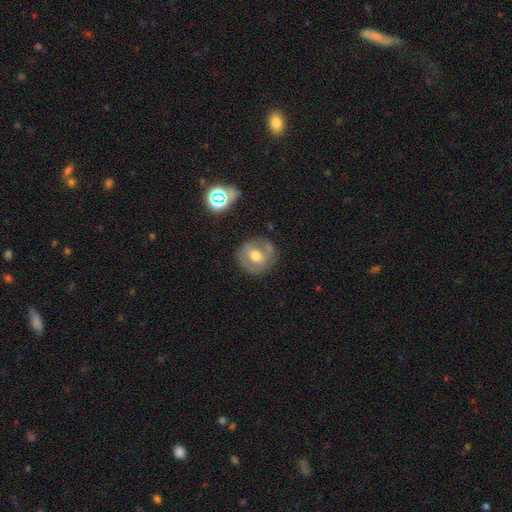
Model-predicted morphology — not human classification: Overall: featured or disk (49%; smooth 42%). Merging: none (72%).